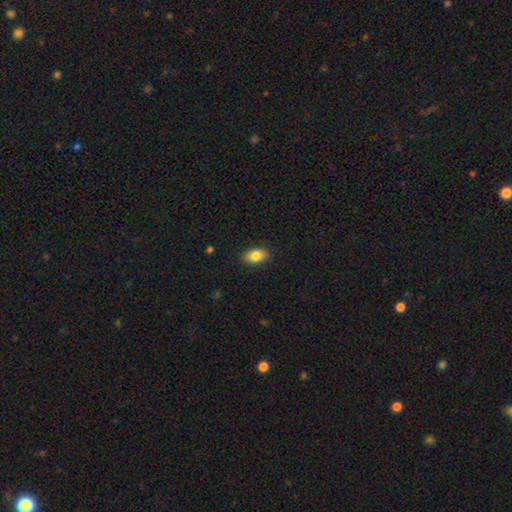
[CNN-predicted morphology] Smooth or featured? smooth (83%)
How rounded? in between (90%)
Merging? none (88%)